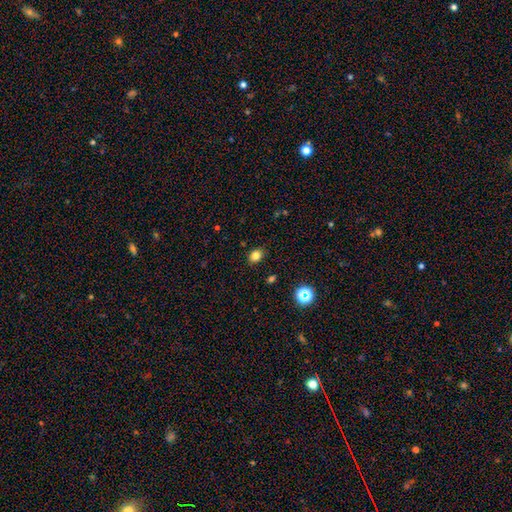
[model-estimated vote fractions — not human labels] Smooth or featured: smooth — 81% (star or artifact — 14%)
How rounded: in between — 53% (round — 46%)
Merging: none — 88% (minor disturbance — 9%)